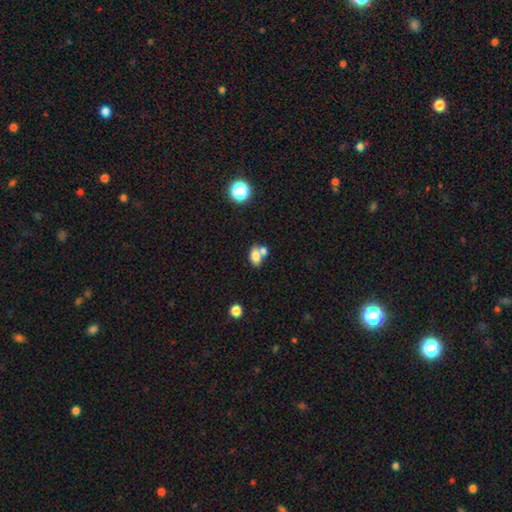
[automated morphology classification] A smooth galaxy with no disk features (77%) that is in between round and cigar-shaped (82%). Merging: merger (46%).